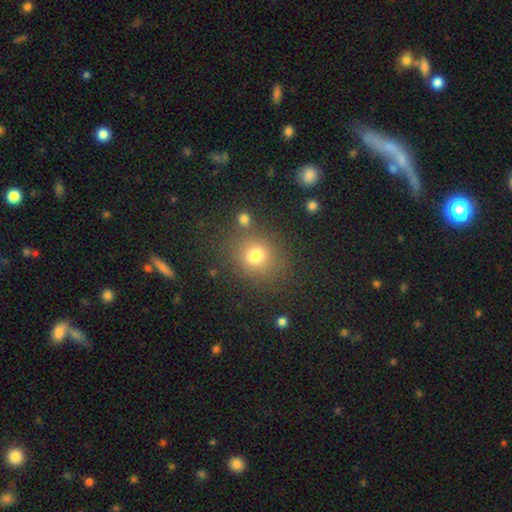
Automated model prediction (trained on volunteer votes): A smooth galaxy with no disk features (74%) that is round (77%).

Vote fractions:
- Smooth or featured? smooth: 74% / star or artifact: 17% / featured or disk: 9%
- How rounded? round: 77% / in between: 22% / cigar-shaped: 1%
- Merging? none: 77% / minor disturbance: 11% / merger: 7% / major disturbance: 5%